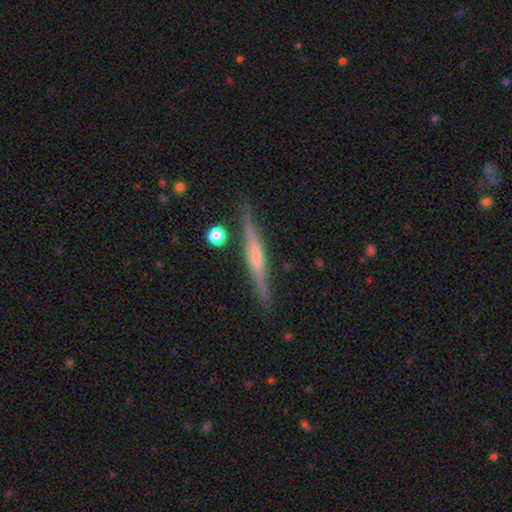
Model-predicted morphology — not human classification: smooth-or-featured: featured or disk: 71% | smooth: 23% | star or artifact: 6%
  disk-edge-on: yes: 97% | no: 3%
    edge-on-bulge: rounded: 56% | none: 29% | boxy: 15%
  merging: none: 87% | minor disturbance: 9% | merger: 2% | major disturbance: 2%